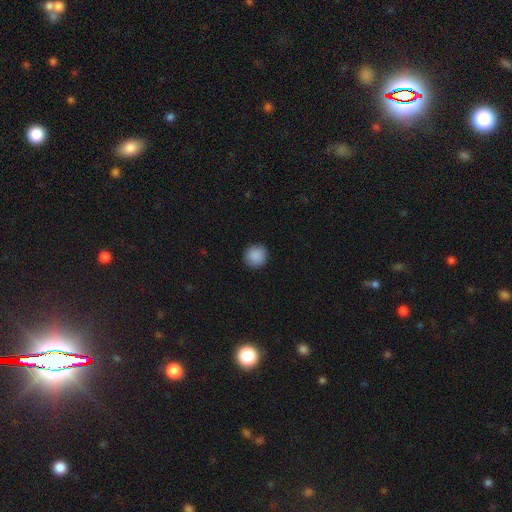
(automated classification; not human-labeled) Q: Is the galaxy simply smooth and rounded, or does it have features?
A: smooth — 89%.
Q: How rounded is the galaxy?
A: round — 92%.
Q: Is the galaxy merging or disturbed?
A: none — 91%.